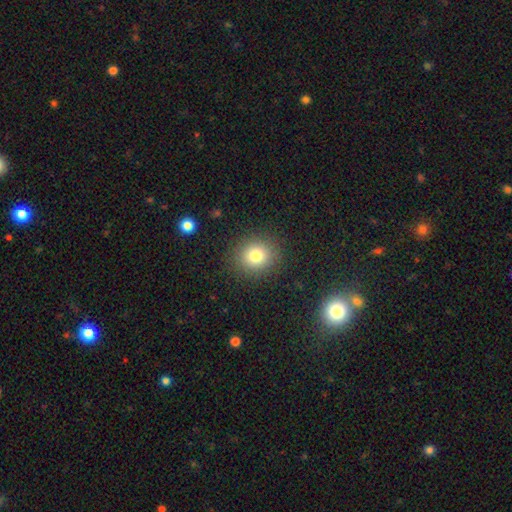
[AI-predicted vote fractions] A smooth galaxy with no disk features (79%) that is round (81%). Merging: none (88%).